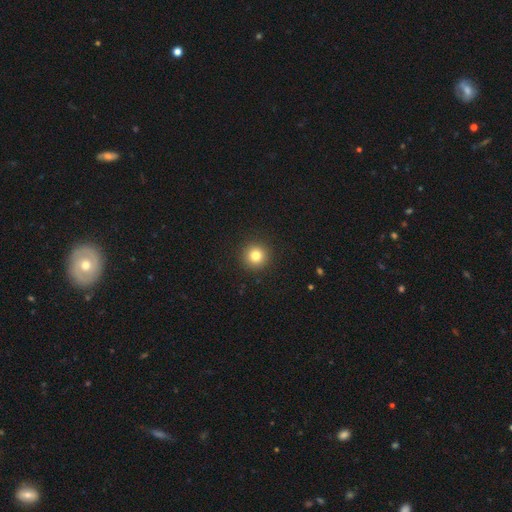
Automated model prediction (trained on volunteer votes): Smooth or featured: smooth — 81% (star or artifact — 12%)
How rounded: round — 96% (in between — 3%)
Merging: none — 93% (minor disturbance — 5%)